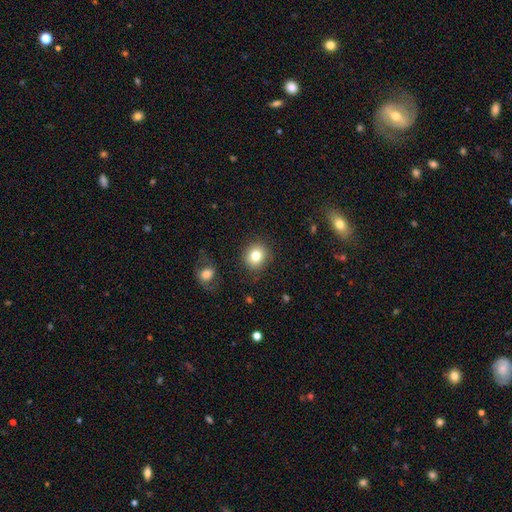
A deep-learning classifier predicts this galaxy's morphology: smooth-or-featured: smooth: 80% | star or artifact: 11% | featured or disk: 9%
  how-rounded: round: 81% | in between: 18% | cigar-shaped: 1%
  merging: none: 86% | minor disturbance: 9% | major disturbance: 3% | merger: 2%